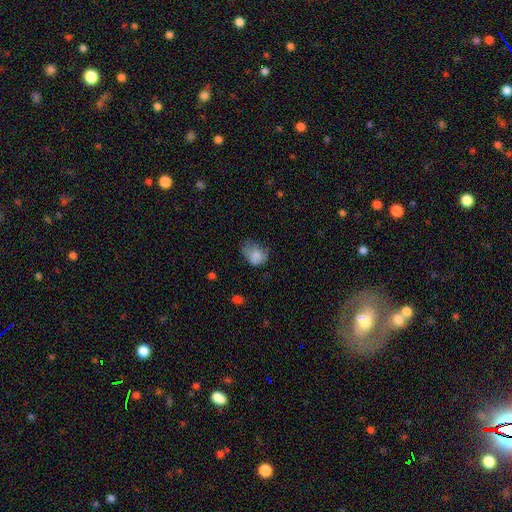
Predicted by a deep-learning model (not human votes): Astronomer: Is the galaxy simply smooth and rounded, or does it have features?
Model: smooth — 77%.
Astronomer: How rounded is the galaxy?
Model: in between — 64%.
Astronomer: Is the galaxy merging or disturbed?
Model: minor disturbance — 38% (runner-up: none, 33%).